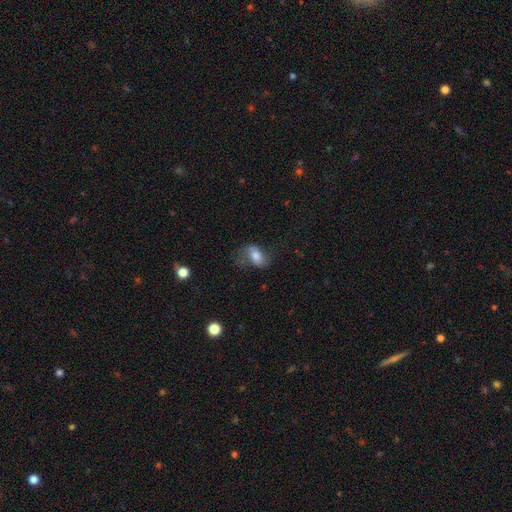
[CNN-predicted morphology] type=smooth (59%); roundness=in between (84%); merging=none (53%).